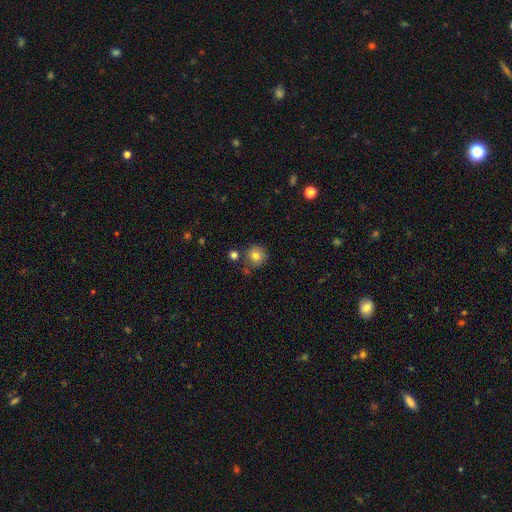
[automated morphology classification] smooth_or_featured: smooth (p=0.79) [alt: star or artifact p=0.12]
how_rounded: round (p=0.93) [alt: in between p=0.06]
merging: none (p=0.77) [alt: minor disturbance p=0.12]